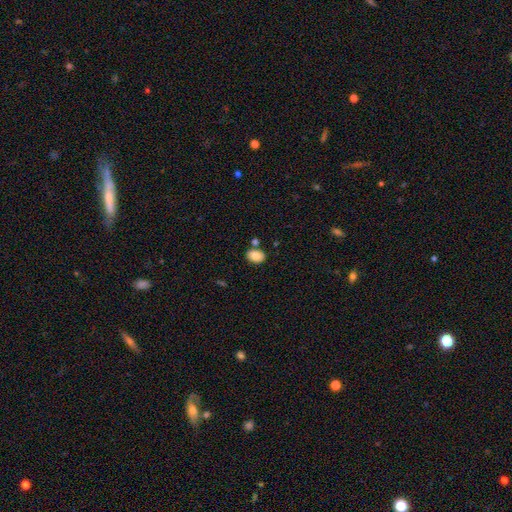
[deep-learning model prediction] Smooth or featured? smooth (84%)
How rounded? in between (78%)
Merging? none (73%)